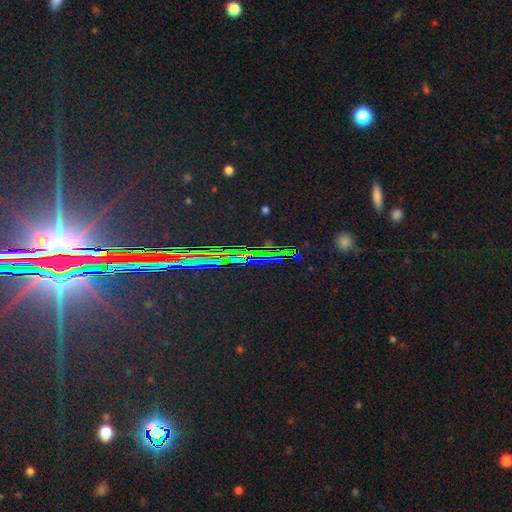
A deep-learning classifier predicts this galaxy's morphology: Overall: star or artifact (80%).